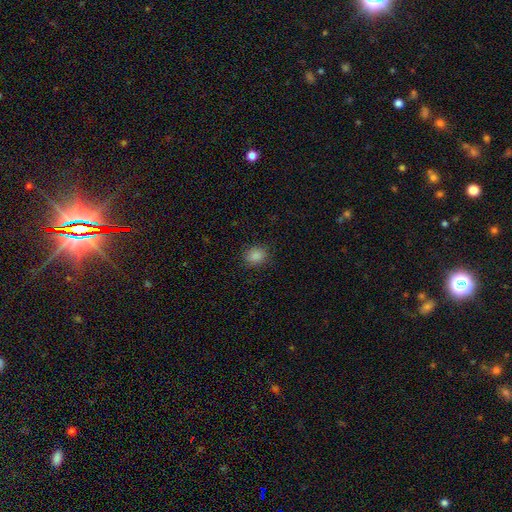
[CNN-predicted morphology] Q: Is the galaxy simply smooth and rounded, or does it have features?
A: smooth — 86%.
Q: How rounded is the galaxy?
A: round — 55%.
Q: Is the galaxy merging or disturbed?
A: none — 87%.